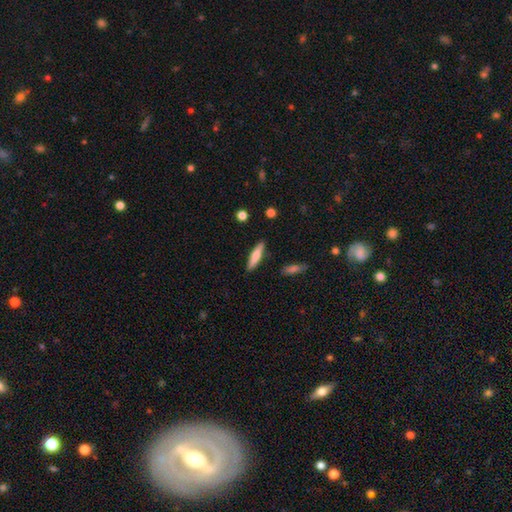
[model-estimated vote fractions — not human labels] Smooth or featured?
  - smooth: 68% *
  - featured or disk: 26%
  - star or artifact: 6%
How rounded?
  - cigar-shaped: 80% *
  - in between: 19%
  - round: 2%
Merging?
  - none: 87% *
  - minor disturbance: 9%
  - merger: 2%
  - major disturbance: 2%